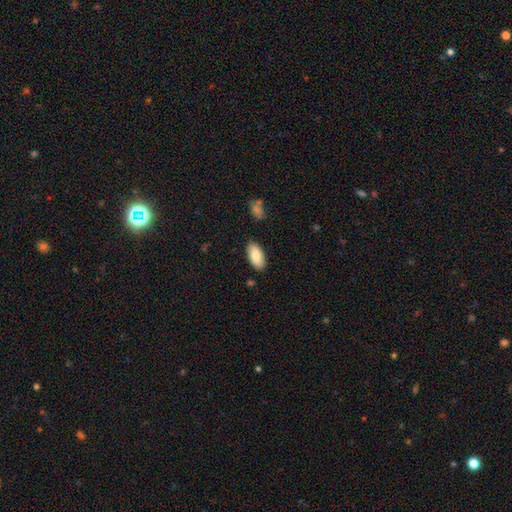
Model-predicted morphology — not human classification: Overall: smooth (82%). How rounded: in between (91%). Merging: none (86%).